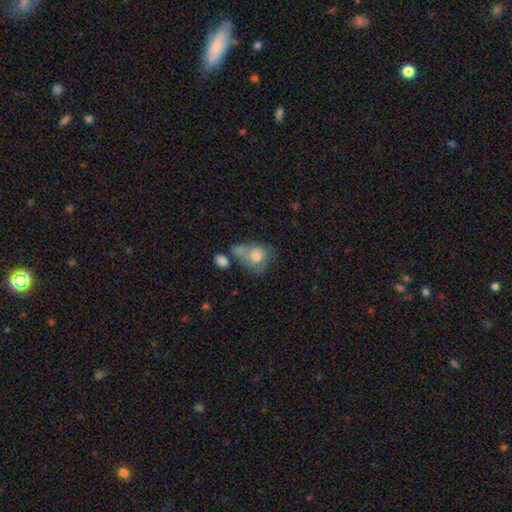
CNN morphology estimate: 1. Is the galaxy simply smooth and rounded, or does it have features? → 61% smooth, 30% featured or disk, 9% star or artifact.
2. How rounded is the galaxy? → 50% round, 49% in between, 1% cigar-shaped.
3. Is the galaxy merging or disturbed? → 31% merger, 28% none, 21% minor disturbance, 20% major disturbance.